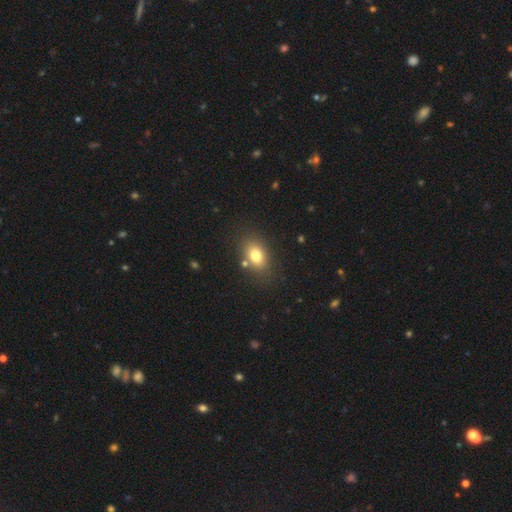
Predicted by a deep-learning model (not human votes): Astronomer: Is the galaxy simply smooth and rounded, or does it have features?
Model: smooth — 78%.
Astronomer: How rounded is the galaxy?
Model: in between — 78%.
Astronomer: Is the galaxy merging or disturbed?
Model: none — 77%.